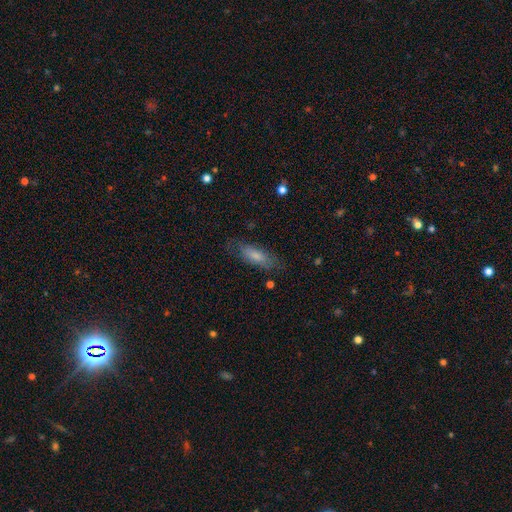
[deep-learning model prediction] Q: Smooth or featured?
A: smooth (72%); runner-up: featured or disk (21%)
Q: How rounded?
A: in between (65%); runner-up: cigar-shaped (33%)
Q: Merging?
A: none (72%); runner-up: minor disturbance (20%)